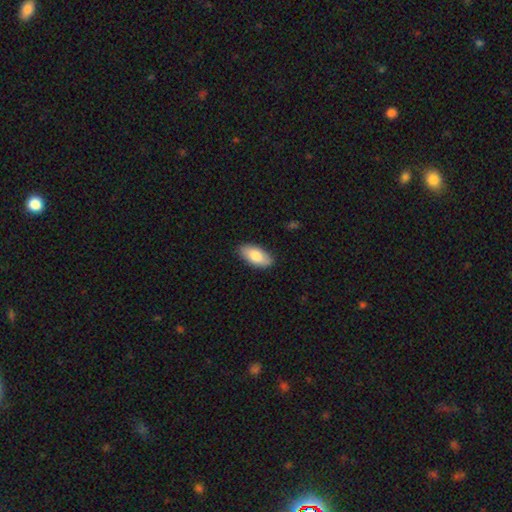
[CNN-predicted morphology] Smooth or featured?
  - smooth: 84% *
  - featured or disk: 11%
  - star or artifact: 6%
How rounded?
  - in between: 89% *
  - cigar-shaped: 9%
  - round: 2%
Merging?
  - none: 87% *
  - minor disturbance: 10%
  - major disturbance: 2%
  - merger: 1%